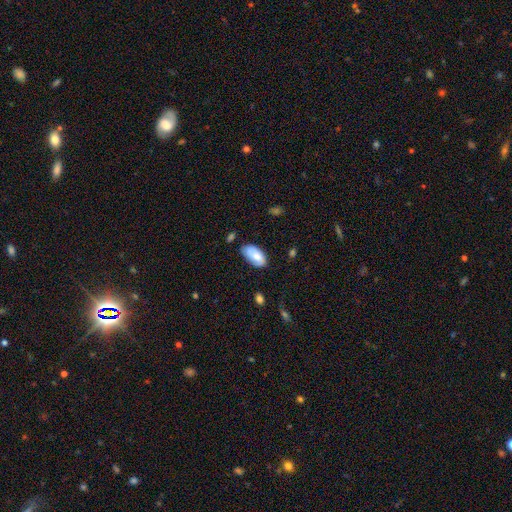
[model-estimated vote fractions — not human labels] Smooth or featured: smooth — 72% (featured or disk — 21%)
How rounded: in between — 95% (round — 3%)
Merging: none — 64% (minor disturbance — 27%)